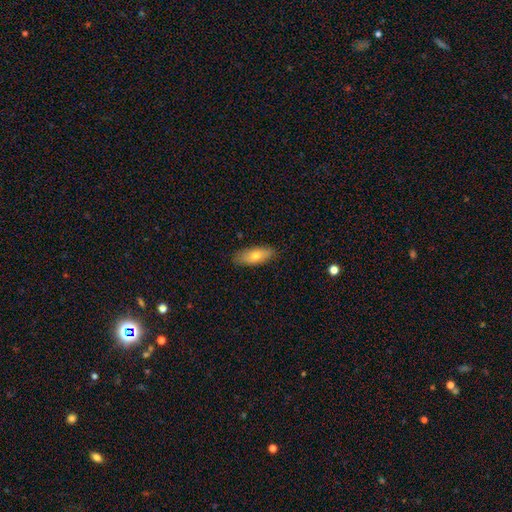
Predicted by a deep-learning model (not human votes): smooth-or-featured: smooth: 69% | featured or disk: 24% | star or artifact: 7%
  how-rounded: in between: 75% | cigar-shaped: 23% | round: 3%
  merging: none: 85% | minor disturbance: 12% | major disturbance: 2% | merger: 1%